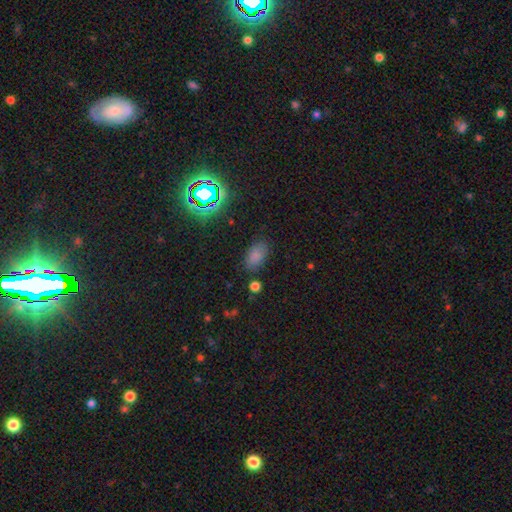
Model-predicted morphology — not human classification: smooth-or-featured: smooth: 77% | star or artifact: 16% | featured or disk: 7%
  how-rounded: in between: 91% | round: 6% | cigar-shaped: 2%
  merging: none: 81% | minor disturbance: 13% | major disturbance: 4% | merger: 2%